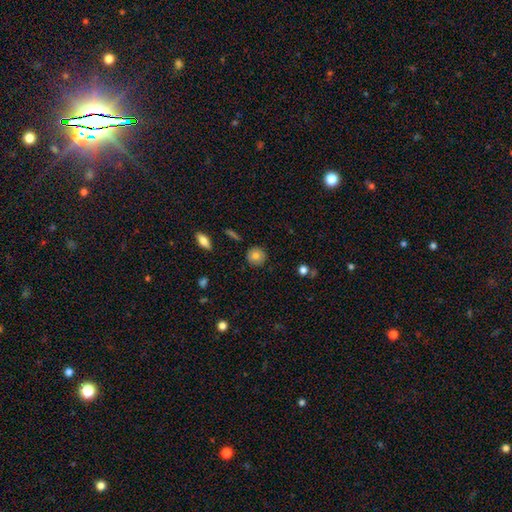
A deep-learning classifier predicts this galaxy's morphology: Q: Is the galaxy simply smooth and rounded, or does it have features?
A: smooth — 76%.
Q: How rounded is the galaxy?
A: round — 93%.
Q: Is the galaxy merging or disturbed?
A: none — 89%.